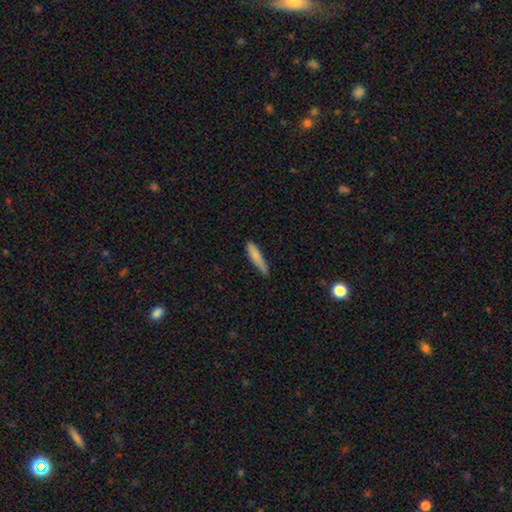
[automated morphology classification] A smooth galaxy with no disk features (82%) that is cigar-shaped (82%). Merging: none (66%).